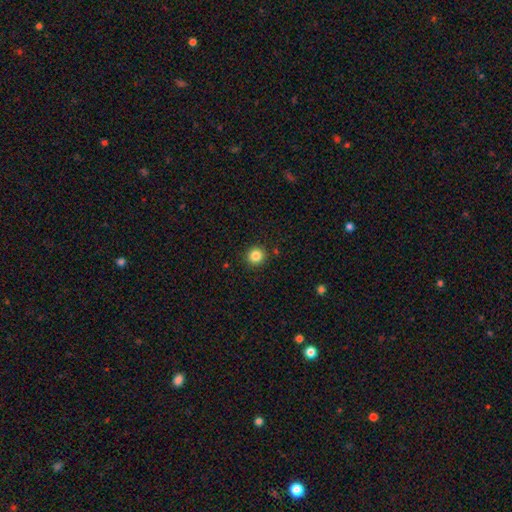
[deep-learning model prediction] Smooth or featured? smooth (85%)
How rounded? round (93%)
Merging? none (91%)